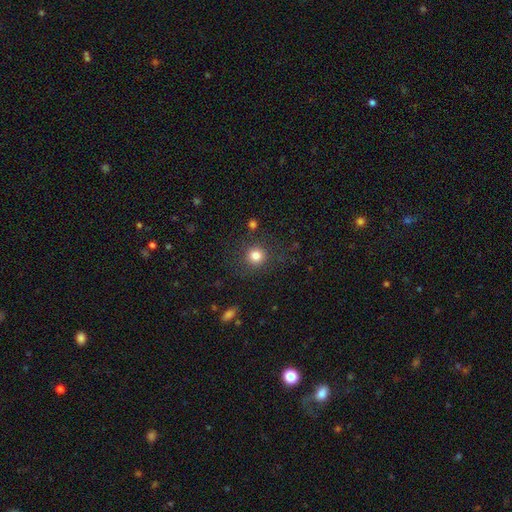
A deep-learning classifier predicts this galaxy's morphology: The model was most divided on "smooth or featured": smooth: 82%, star or artifact: 12%, featured or disk: 6%. More confident: how rounded — round (92%); merging — none (84%).